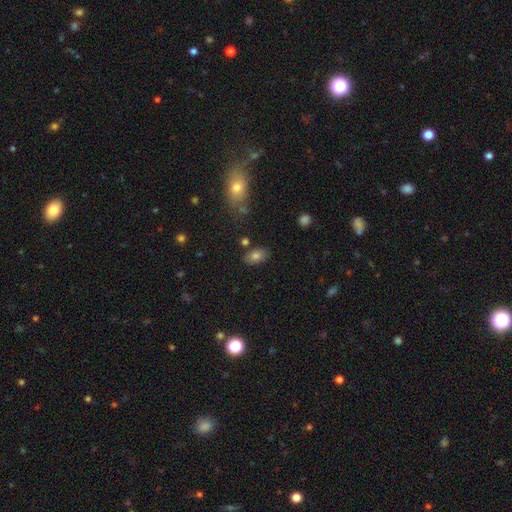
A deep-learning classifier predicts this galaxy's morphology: Smooth or featured?
  - smooth: 80% *
  - featured or disk: 10%
  - star or artifact: 10%
How rounded?
  - in between: 90% *
  - round: 8%
  - cigar-shaped: 2%
Merging?
  - none: 79% *
  - minor disturbance: 13%
  - merger: 5%
  - major disturbance: 3%